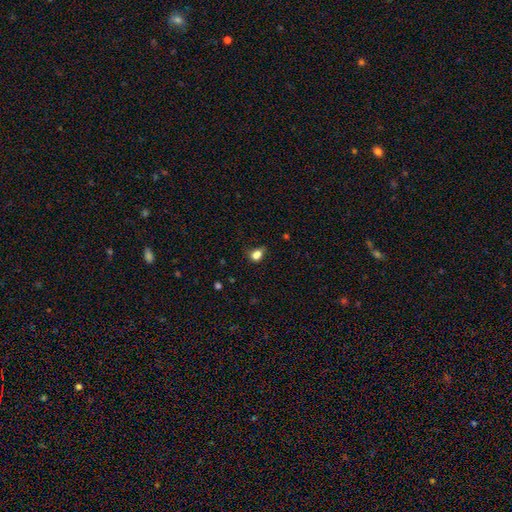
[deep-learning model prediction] A smooth galaxy with no disk features (83%) that is in between round and cigar-shaped (60%). Merging: none (53%).